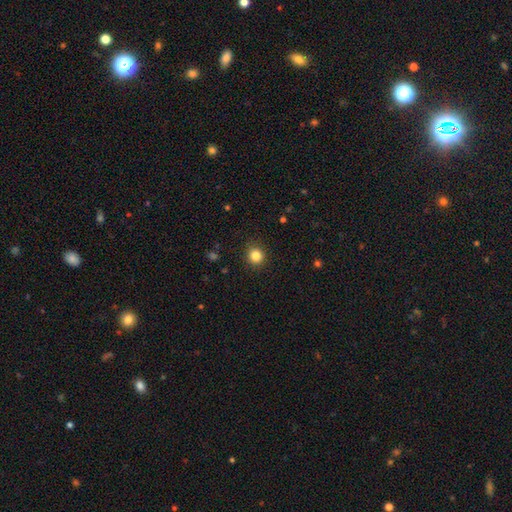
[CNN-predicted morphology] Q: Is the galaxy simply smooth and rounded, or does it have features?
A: smooth — 84%.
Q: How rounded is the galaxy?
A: round — 88%.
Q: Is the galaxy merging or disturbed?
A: none — 90%.